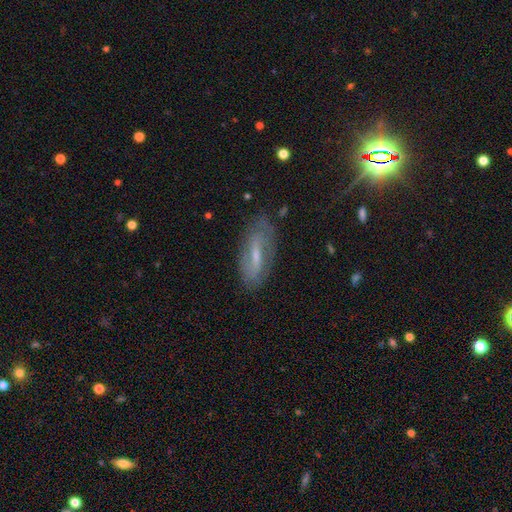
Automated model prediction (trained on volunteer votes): This is possibly a featured or disk galaxy (56%). It is likely not viewed edge-on (75%). Merging: likely none (76%).